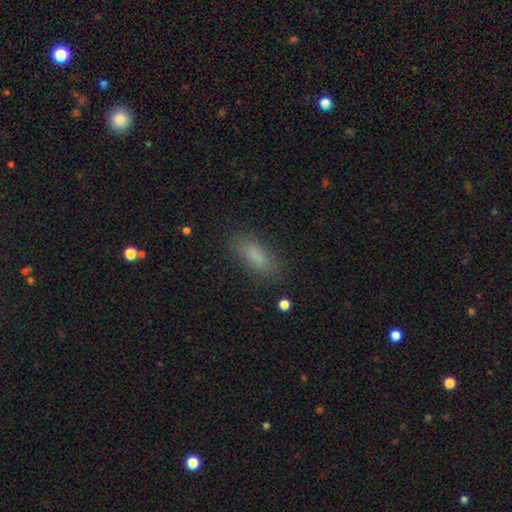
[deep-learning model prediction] smooth 82%, featured or disk 9%, star or artifact 9%. Down the decision tree: how rounded — in between (70%); merging — none (82%).